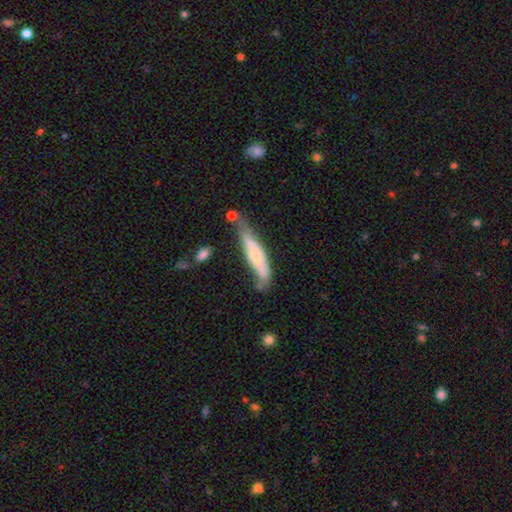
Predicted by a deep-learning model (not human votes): Q: Smooth or featured?
A: smooth (50%); runner-up: featured or disk (44%)
Q: Merging?
A: none (44%); runner-up: minor disturbance (33%)